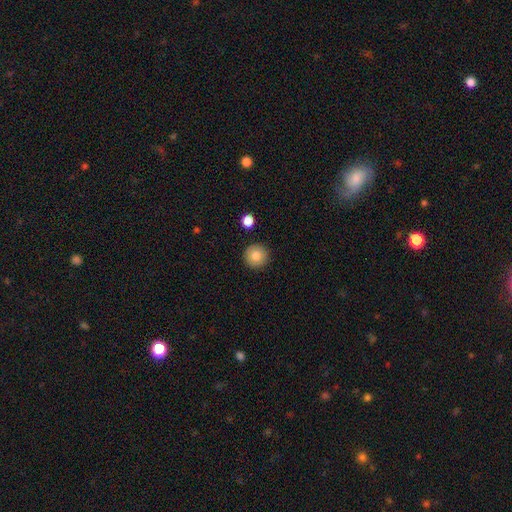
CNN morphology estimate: smooth-or-featured: smooth: 81% | featured or disk: 10% | star or artifact: 9%
  how-rounded: round: 95% | in between: 4% | cigar-shaped: 1%
  merging: none: 90% | minor disturbance: 6% | major disturbance: 2% | merger: 2%